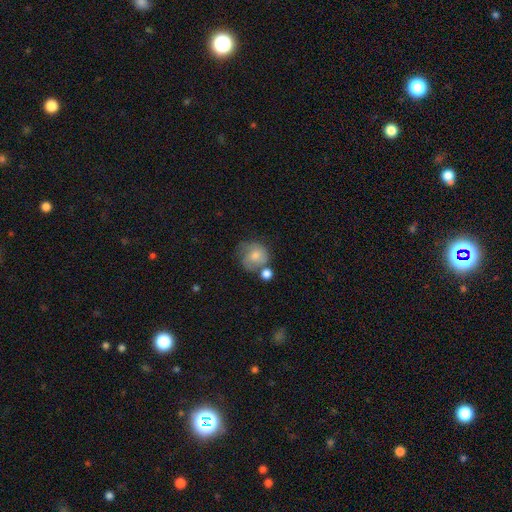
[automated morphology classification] The model was most divided on "merging": none: 46%, minor disturbance: 23%, merger: 20%, major disturbance: 12%. More confident: how rounded — round (79%); smooth or featured — smooth (60%).